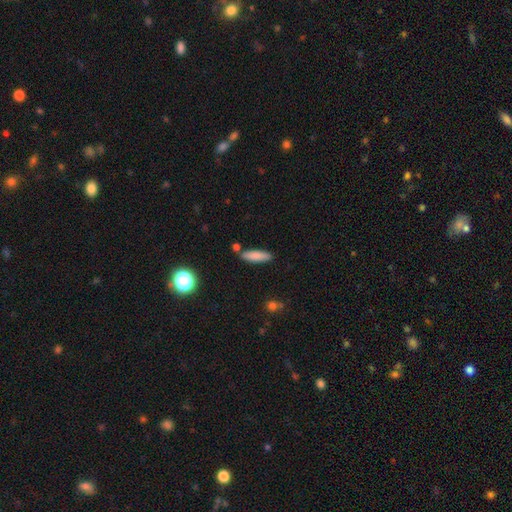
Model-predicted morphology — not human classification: type=smooth (82%); roundness=cigar-shaped (60%); merging=none (81%).